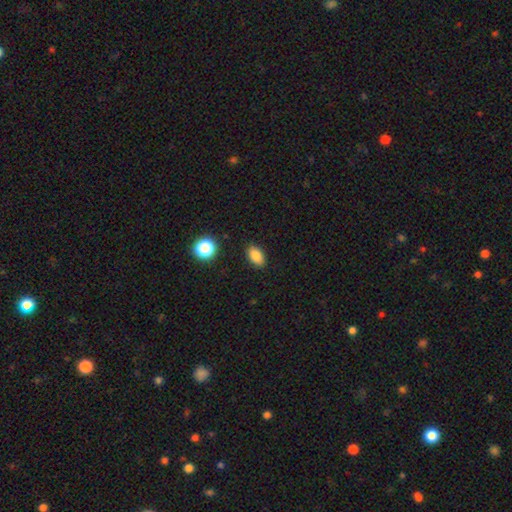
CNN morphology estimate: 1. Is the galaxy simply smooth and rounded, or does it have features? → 84% smooth, 10% star or artifact, 6% featured or disk.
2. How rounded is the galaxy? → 88% in between, 10% round, 3% cigar-shaped.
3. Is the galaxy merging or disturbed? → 88% none, 8% minor disturbance, 2% major disturbance, 2% merger.